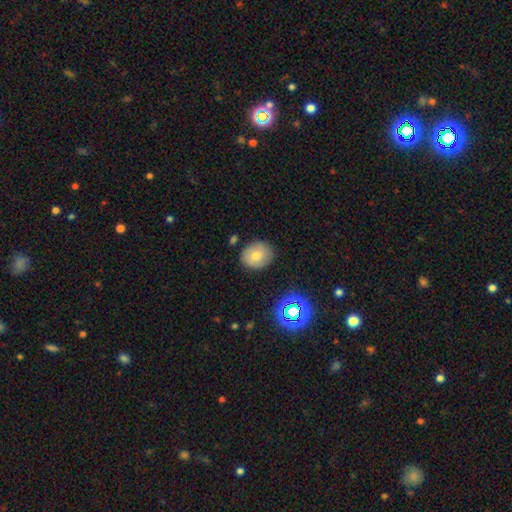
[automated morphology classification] A smooth galaxy with no disk features (67%) that is round (66%). Merging: none (82%).